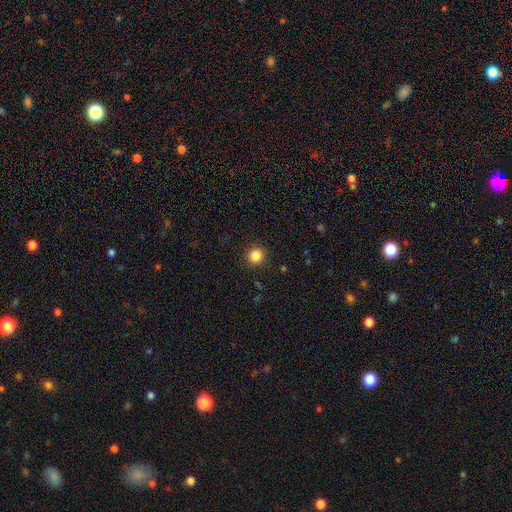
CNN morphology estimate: Smooth or featured?
  - smooth: 85% *
  - star or artifact: 11%
  - featured or disk: 4%
How rounded?
  - round: 94% *
  - in between: 5%
  - cigar-shaped: 1%
Merging?
  - none: 91% *
  - minor disturbance: 6%
  - major disturbance: 2%
  - merger: 1%